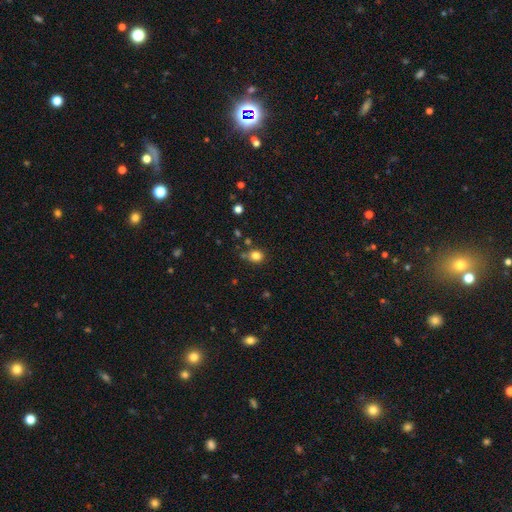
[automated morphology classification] A smooth galaxy with no disk features (82%) that is round (73%).

Vote fractions:
- Smooth or featured? smooth: 82% / star or artifact: 13% / featured or disk: 5%
- How rounded? round: 73% / in between: 27% / cigar-shaped: 1%
- Merging? none: 75% / minor disturbance: 13% / merger: 8% / major disturbance: 4%